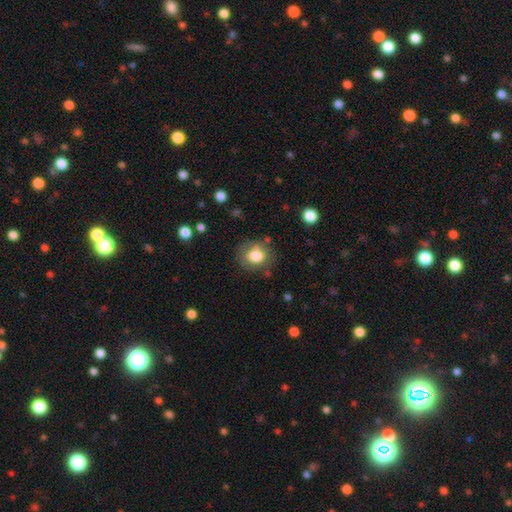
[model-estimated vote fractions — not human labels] Smooth or featured?
  - smooth: 79% *
  - featured or disk: 11%
  - star or artifact: 9%
How rounded?
  - round: 73% *
  - in between: 26%
  - cigar-shaped: 1%
Merging?
  - none: 73% *
  - minor disturbance: 17%
  - major disturbance: 7%
  - merger: 3%